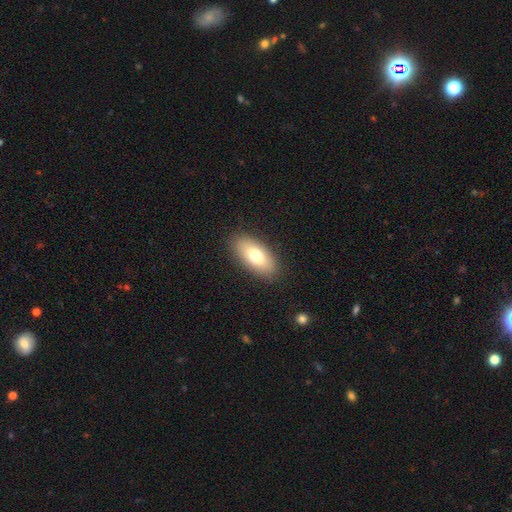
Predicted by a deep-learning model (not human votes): This appears to be a smooth galaxy with no disk features (73%) that is in between round and cigar-shaped (89%). Merging: none (87%).